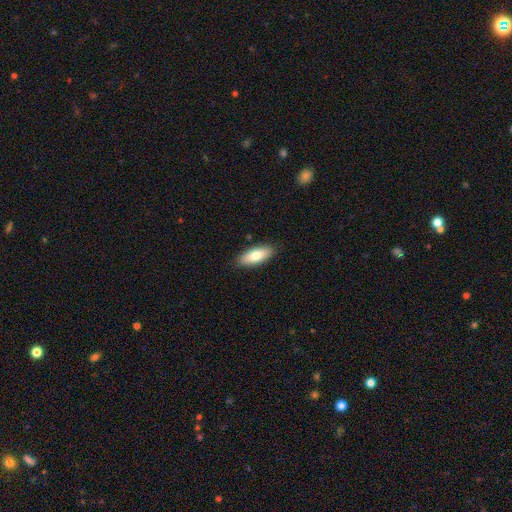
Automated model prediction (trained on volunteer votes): Q: Smooth or featured?
A: smooth (76%); runner-up: featured or disk (18%)
Q: How rounded?
A: in between (74%); runner-up: cigar-shaped (23%)
Q: Merging?
A: none (87%); runner-up: minor disturbance (10%)